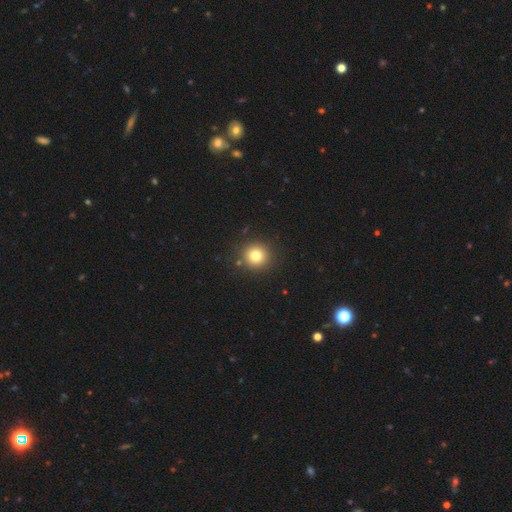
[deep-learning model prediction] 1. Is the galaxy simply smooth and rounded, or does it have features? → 78% smooth, 13% star or artifact, 9% featured or disk.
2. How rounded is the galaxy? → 93% round, 6% in between, 1% cigar-shaped.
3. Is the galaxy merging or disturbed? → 89% none, 6% minor disturbance, 2% major disturbance, 2% merger.